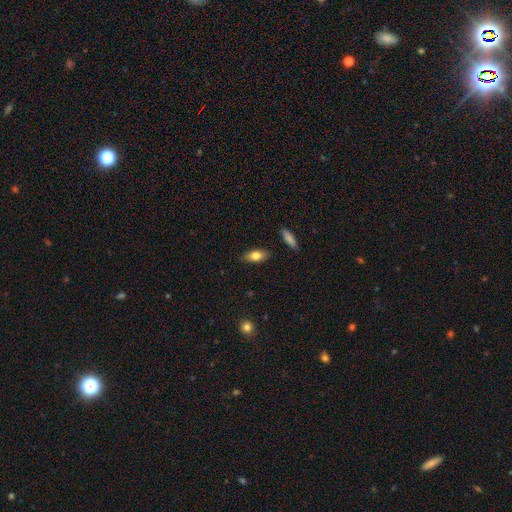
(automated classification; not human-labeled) Smooth or featured? smooth (79%)
How rounded? in between (84%)
Merging? none (86%)